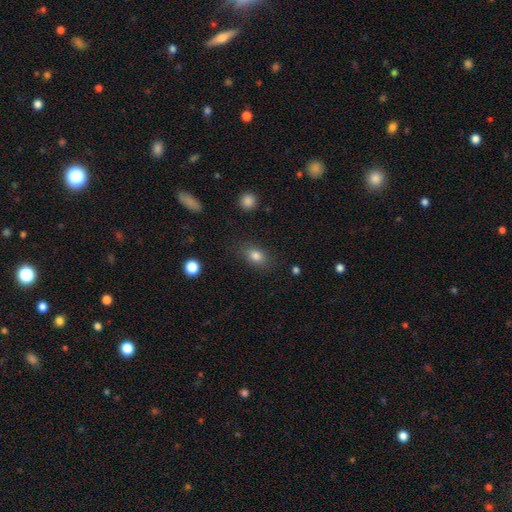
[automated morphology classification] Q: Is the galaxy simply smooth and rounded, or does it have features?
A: smooth — 82%.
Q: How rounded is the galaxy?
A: in between — 75%.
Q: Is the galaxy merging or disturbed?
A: none — 80%.